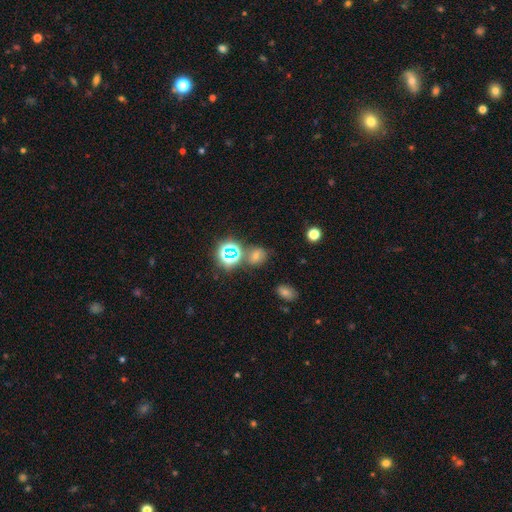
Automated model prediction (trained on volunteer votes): Smooth or featured? Predicted: star or artifact (p=0.48).